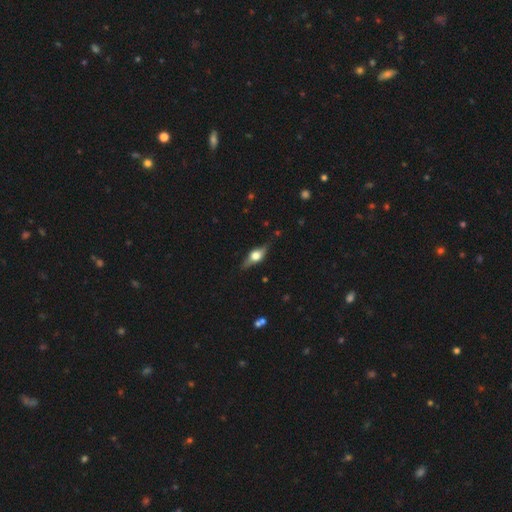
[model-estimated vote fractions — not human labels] Morphology: type=featured or disk (62%); edge-on=yes (93%); edge-on bulge=rounded (93%); merging=none (82%).